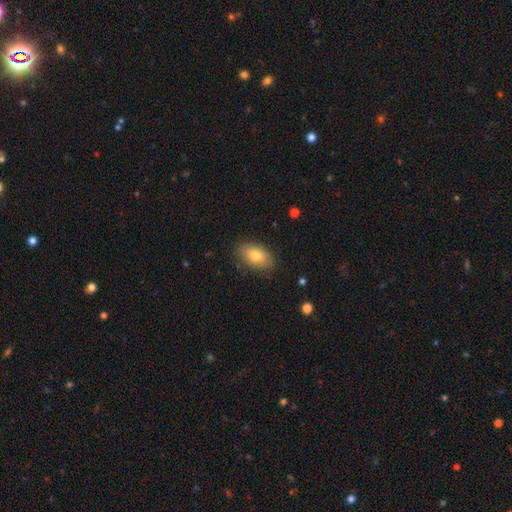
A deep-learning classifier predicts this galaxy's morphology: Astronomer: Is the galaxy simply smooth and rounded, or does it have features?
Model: smooth — 78%.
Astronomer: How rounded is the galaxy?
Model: in between — 90%.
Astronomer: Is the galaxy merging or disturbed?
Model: none — 83%.